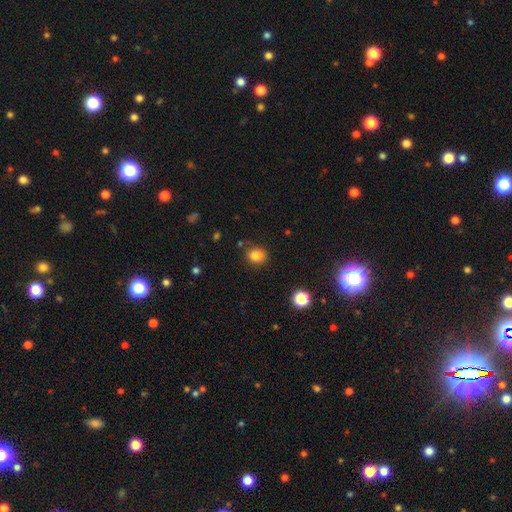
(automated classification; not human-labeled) Smooth or featured? smooth (82%)
How rounded? round (64%)
Merging? none (81%)